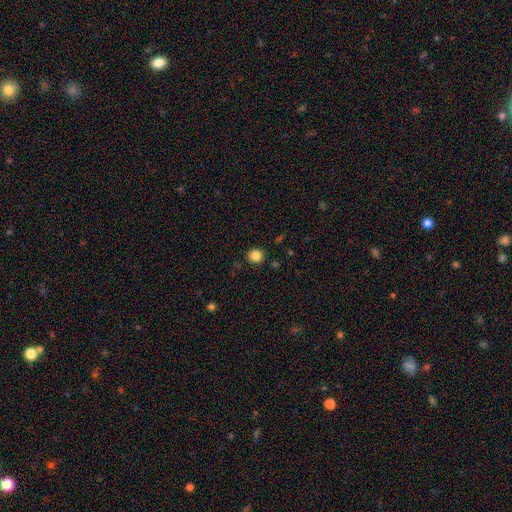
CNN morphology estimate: smooth-or-featured: smooth: 84% | star or artifact: 11% | featured or disk: 5%
  how-rounded: round: 86% | in between: 13% | cigar-shaped: 1%
  merging: none: 89% | minor disturbance: 7% | major disturbance: 2% | merger: 2%